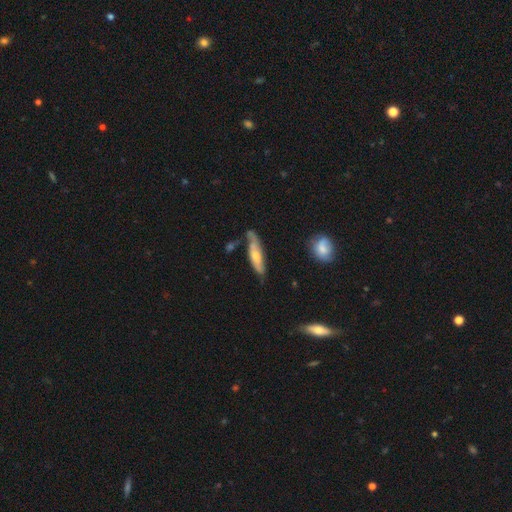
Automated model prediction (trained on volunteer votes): Morphology: type=smooth (53%); roundness=cigar-shaped (63%); merging=none (49%).